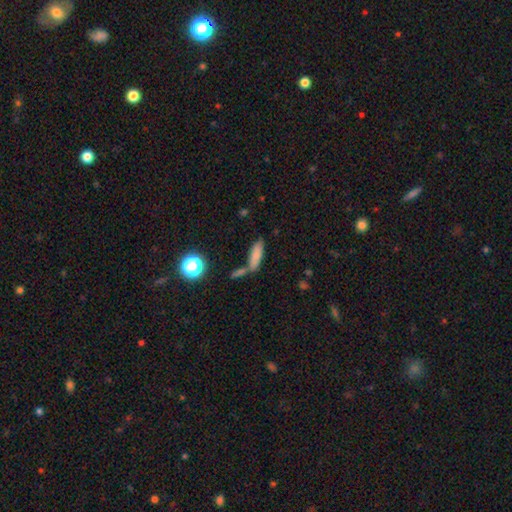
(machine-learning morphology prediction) This appears to be a smooth galaxy with no disk features (77%) that is in between round and cigar-shaped (49%). Merging: none (50%).